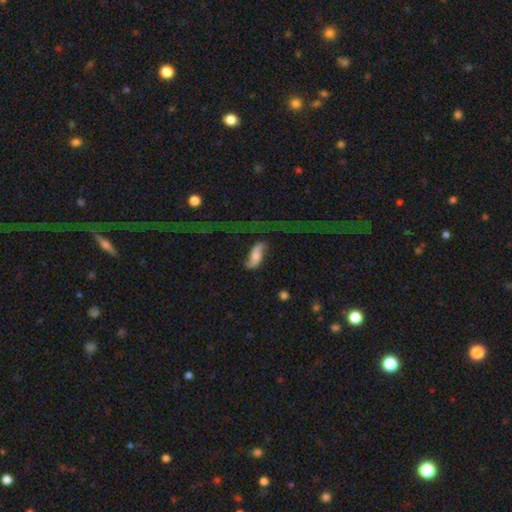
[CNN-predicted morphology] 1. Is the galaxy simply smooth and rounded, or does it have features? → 54% featured or disk, 39% smooth, 7% star or artifact.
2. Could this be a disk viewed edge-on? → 87% no, 13% yes.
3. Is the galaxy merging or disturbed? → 43% none, 33% major disturbance, 18% minor disturbance, 6% merger.